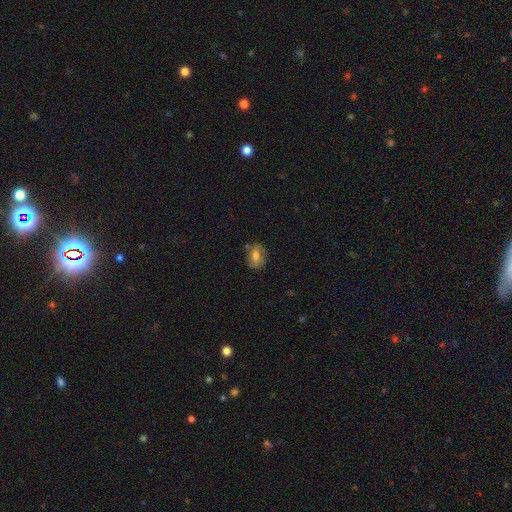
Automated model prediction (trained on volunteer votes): Smooth or featured: smooth — 53% (featured or disk — 38%)
How rounded: in between — 71% (round — 26%)
Merging: none — 68% (minor disturbance — 22%)